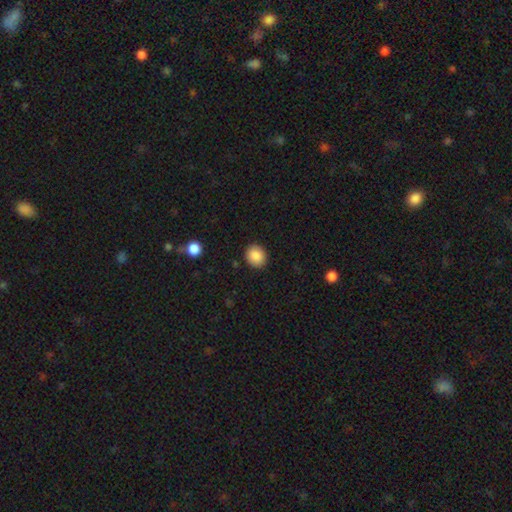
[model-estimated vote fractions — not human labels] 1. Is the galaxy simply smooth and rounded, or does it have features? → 88% smooth, 8% star or artifact, 4% featured or disk.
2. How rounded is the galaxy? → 73% round, 26% in between, 1% cigar-shaped.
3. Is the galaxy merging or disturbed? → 90% none, 7% minor disturbance, 2% major disturbance, 1% merger.